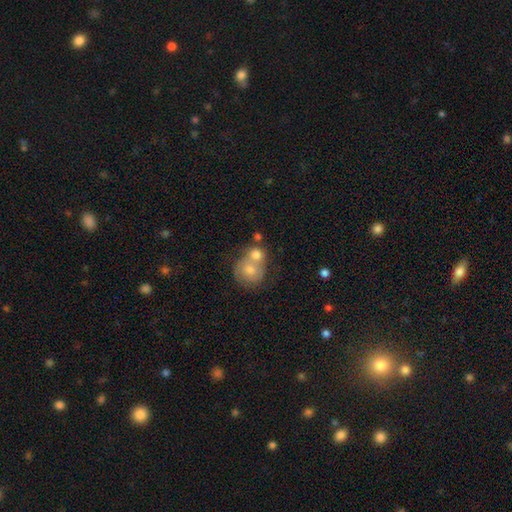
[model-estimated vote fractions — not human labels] smooth_or_featured: smooth (p=0.75) [alt: featured or disk p=0.18]
how_rounded: round (p=0.77) [alt: in between p=0.22]
merging: merger (p=0.63) [alt: none p=0.26]